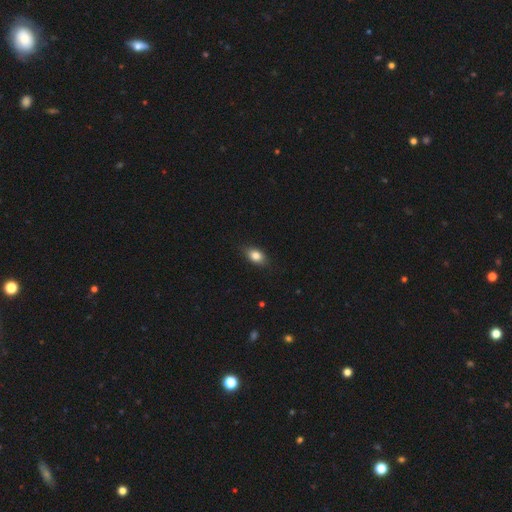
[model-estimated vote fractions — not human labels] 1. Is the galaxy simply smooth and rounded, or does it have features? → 83% smooth, 9% featured or disk, 9% star or artifact.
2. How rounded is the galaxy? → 83% in between, 14% round, 3% cigar-shaped.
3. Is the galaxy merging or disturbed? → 84% none, 13% minor disturbance, 2% major disturbance, 1% merger.